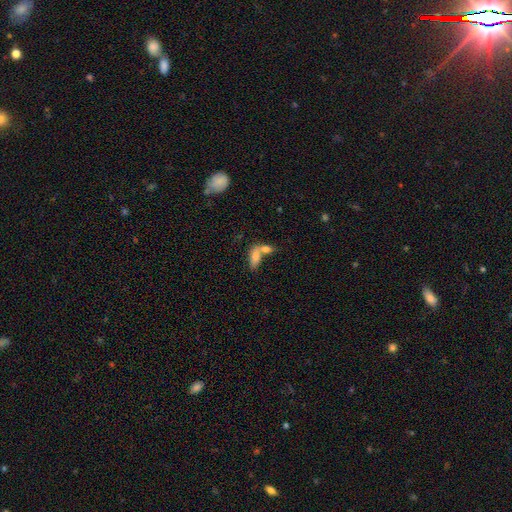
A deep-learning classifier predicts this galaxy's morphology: Q: Smooth or featured?
A: smooth (76%); runner-up: featured or disk (15%)
Q: How rounded?
A: in between (80%); runner-up: cigar-shaped (15%)
Q: Merging?
A: merger (60%); runner-up: none (26%)